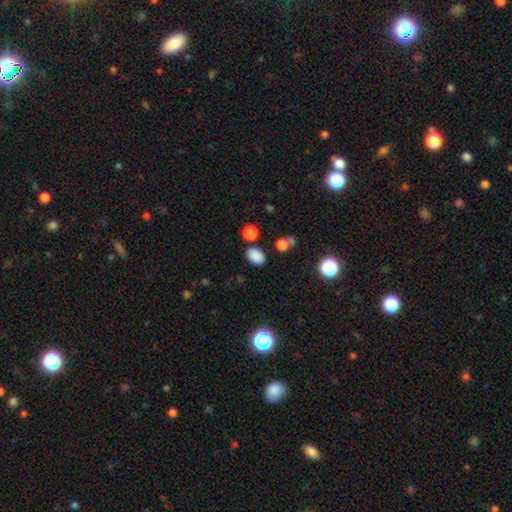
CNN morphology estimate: Smooth or featured? Predicted: smooth (p=0.85). How rounded? Predicted: in between (p=0.81). Merging? Predicted: none (p=0.81).